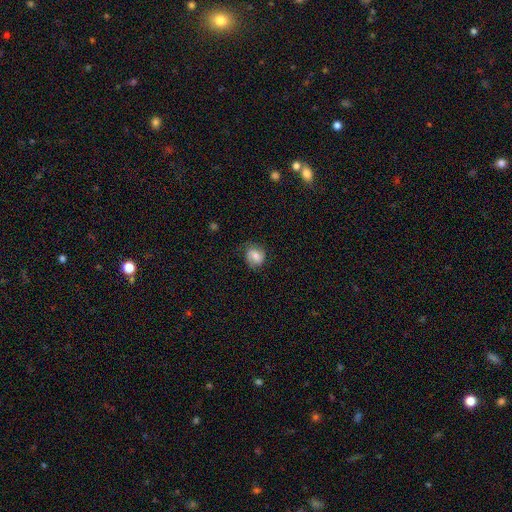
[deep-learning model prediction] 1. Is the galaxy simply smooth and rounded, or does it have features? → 58% smooth, 34% featured or disk, 9% star or artifact.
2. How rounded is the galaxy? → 65% round, 34% in between, 1% cigar-shaped.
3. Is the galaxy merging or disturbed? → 67% none, 23% minor disturbance, 8% major disturbance, 1% merger.